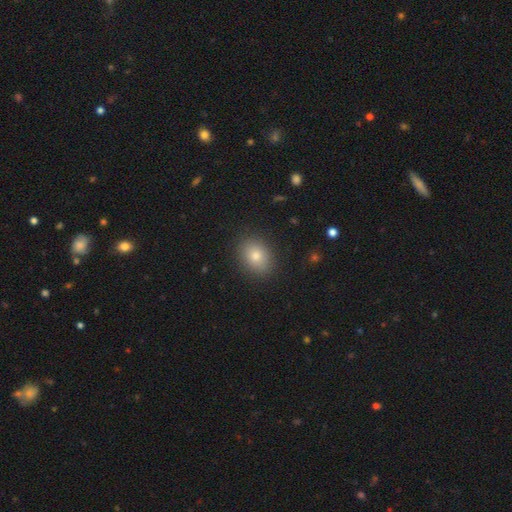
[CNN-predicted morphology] Smooth or featured? smooth (78%)
How rounded? in between (58%)
Merging? none (88%)